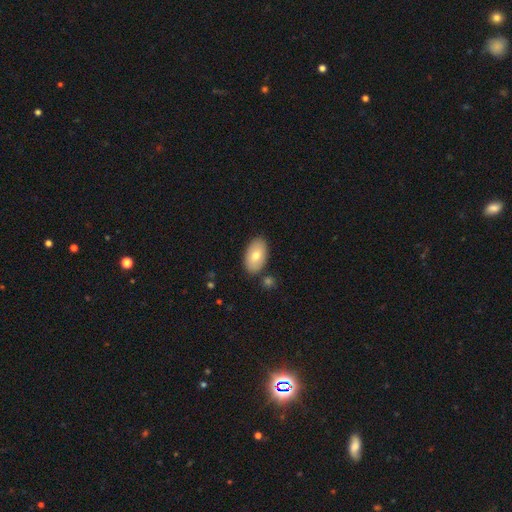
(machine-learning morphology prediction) Smooth or featured? Predicted: smooth (p=0.74). How rounded? Predicted: in between (p=0.94). Merging? Predicted: none (p=0.83).